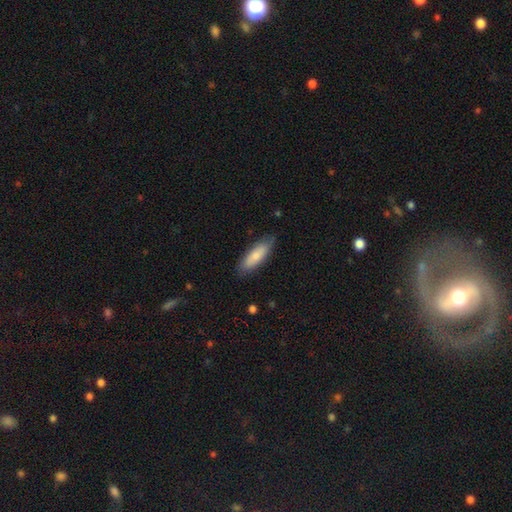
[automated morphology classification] Smooth or featured: smooth — 78% (featured or disk — 17%)
How rounded: in between — 57% (cigar-shaped — 41%)
Merging: none — 80% (minor disturbance — 16%)